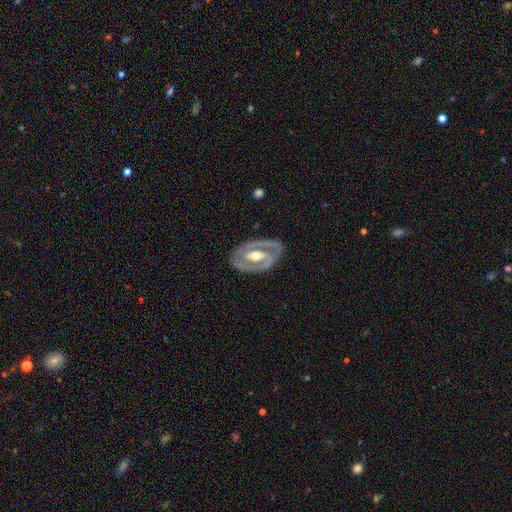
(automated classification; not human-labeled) This appears to be a featured or disk galaxy (85%) with a strong bar (45%), 2 (83%) tight (54%) spiral arms (79%) and a moderate central bulge (71%). Merging: none (82%).